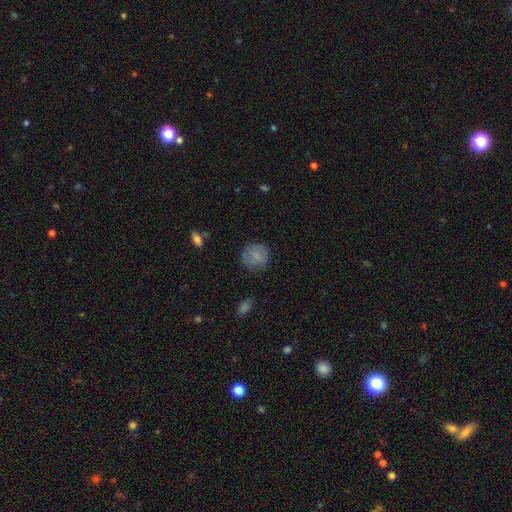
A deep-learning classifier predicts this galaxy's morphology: smooth_or_featured: smooth (p=0.81) [alt: featured or disk p=0.10]
how_rounded: round (p=0.86) [alt: in between p=0.13]
merging: none (p=0.75) [alt: minor disturbance p=0.18]